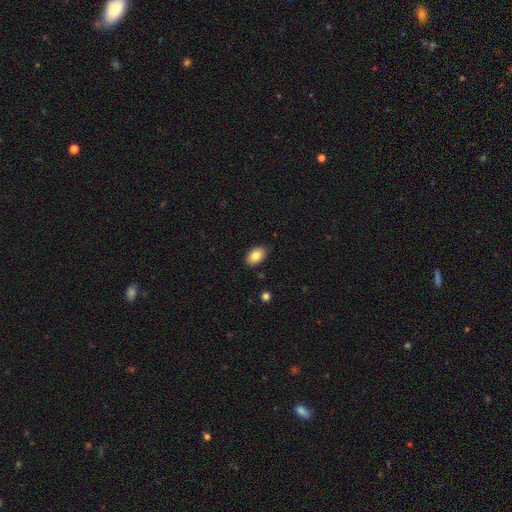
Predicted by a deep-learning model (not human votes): Overall: smooth (82%). How rounded: in between (89%). Merging: none (85%).